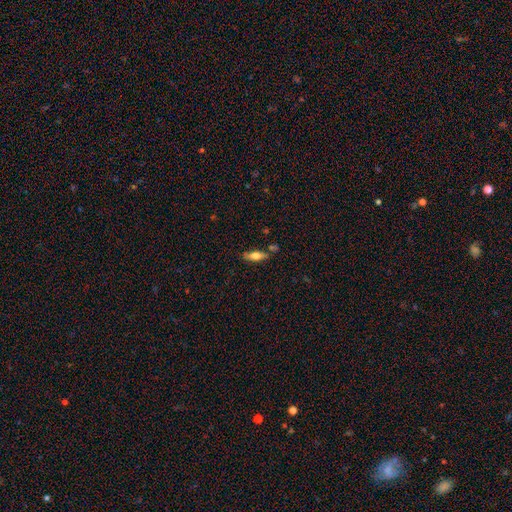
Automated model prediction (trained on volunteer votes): A smooth galaxy with no disk features (61%) that is in between round and cigar-shaped (55%).

Vote fractions:
- Smooth or featured? smooth: 61% / featured or disk: 32% / star or artifact: 7%
- How rounded? in between: 55% / cigar-shaped: 42% / round: 3%
- Merging? none: 74% / minor disturbance: 15% / merger: 7% / major disturbance: 3%